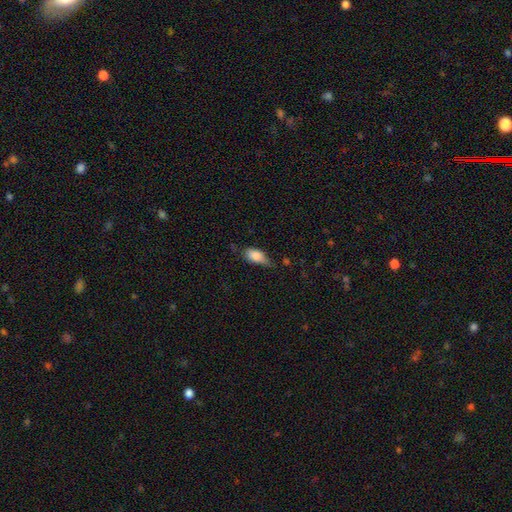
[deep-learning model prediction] Smooth or featured: smooth — 80% (featured or disk — 12%)
How rounded: in between — 85% (cigar-shaped — 9%)
Merging: minor disturbance — 43% (none — 40%)